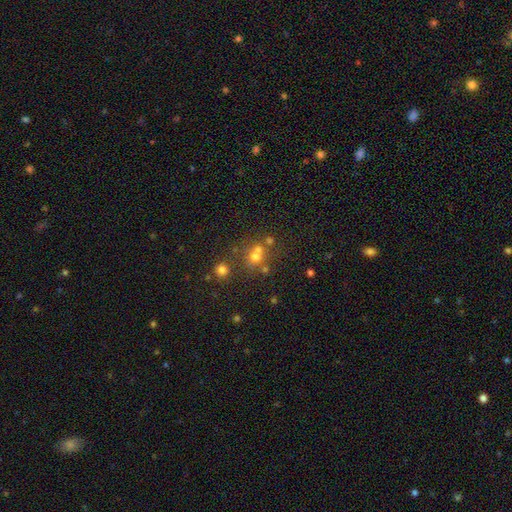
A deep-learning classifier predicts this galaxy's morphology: Smooth or featured?
  - smooth: 59% *
  - star or artifact: 24%
  - featured or disk: 16%
How rounded?
  - round: 80% *
  - in between: 19%
  - cigar-shaped: 1%
Merging?
  - none: 49% *
  - merger: 38%
  - minor disturbance: 8%
  - major disturbance: 5%